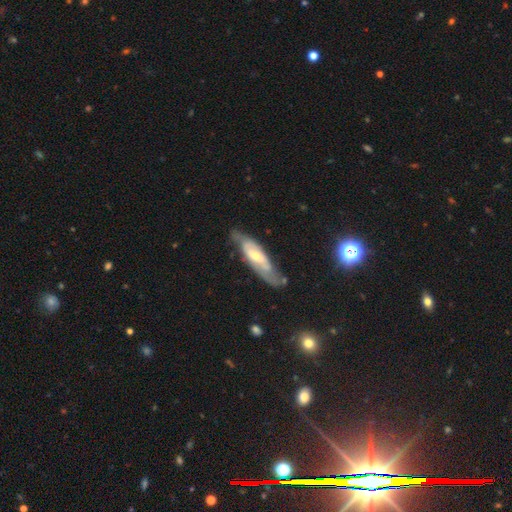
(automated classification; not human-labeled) A featured or disk galaxy (72%) with a weak bar (41%), spiral arms (80%) and a moderate central bulge (49%).

Vote fractions:
- Smooth or featured? featured or disk: 72% / smooth: 23% / star or artifact: 6%
- Edge-on disk? no: 73% / yes: 27%
- Bar? weak: 41% / no: 39% / strong: 21%
- Spiral arms? yes: 80% / no: 20%
- Bulge size? moderate: 49% / small: 44% / large: 4% / none: 2% / dominant: 1%
- Merging? none: 66% / minor disturbance: 22% / major disturbance: 9% / merger: 3%